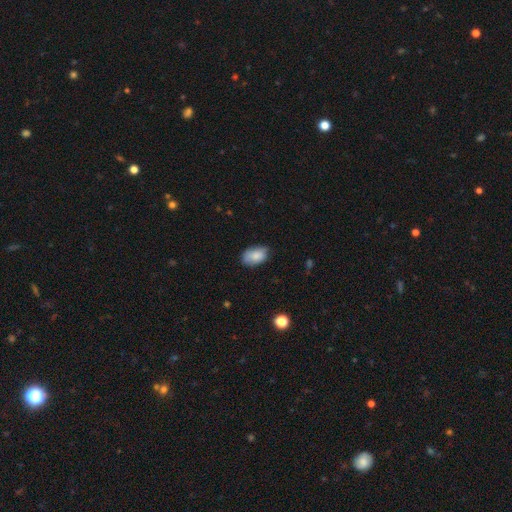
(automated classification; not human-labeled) Q: Smooth or featured?
A: smooth (84%); runner-up: featured or disk (8%)
Q: How rounded?
A: in between (91%); runner-up: round (8%)
Q: Merging?
A: none (67%); runner-up: minor disturbance (27%)